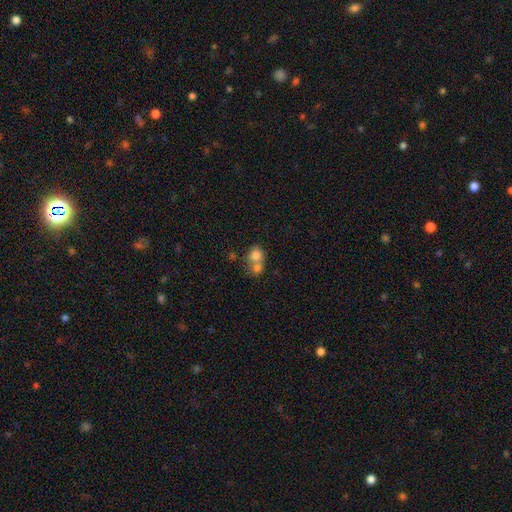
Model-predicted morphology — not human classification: This is likely a smooth galaxy (78%). How rounded: likely round (73%). Merging: likely merger (64%).